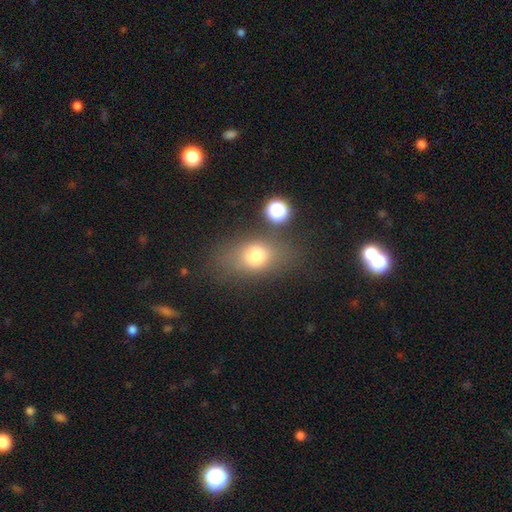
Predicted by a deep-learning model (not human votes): Smooth or featured? smooth (73%)
How rounded? in between (67%)
Merging? none (67%)